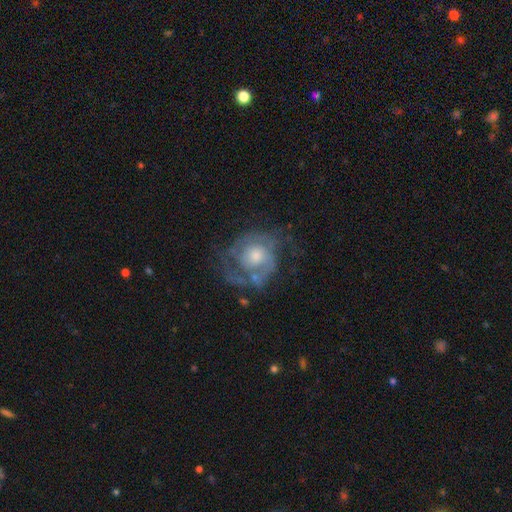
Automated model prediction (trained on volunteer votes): A featured or disk galaxy (75%) with no bar (77%), 2 (47%) tight (45%) spiral arms (81%) and a moderate central bulge (58%).

Vote fractions:
- Smooth or featured? featured or disk: 75% / smooth: 18% / star or artifact: 7%
- Edge-on disk? no: 97% / yes: 3%
- Bar? no: 77% / weak: 19% / strong: 3%
- Spiral arms? yes: 81% / no: 19%
- Spiral winding? tight: 45% / medium: 39% / loose: 16%
- Spiral arm count? 2: 47% / can't tell: 26% / 1: 13% / 3: 8% / 4: 3% / more than 4: 3%
- Bulge size? moderate: 58% / small: 26% / large: 12% / none: 3% / dominant: 2%
- Merging? none: 52% / major disturbance: 24% / minor disturbance: 20% / merger: 4%